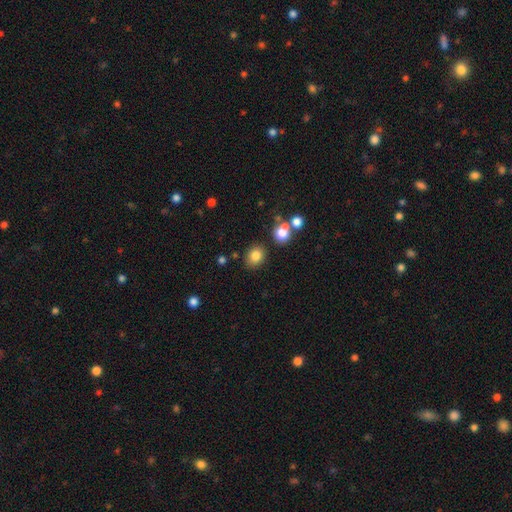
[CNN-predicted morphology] Smooth or featured? smooth (81%)
How rounded? round (60%)
Merging? none (79%)